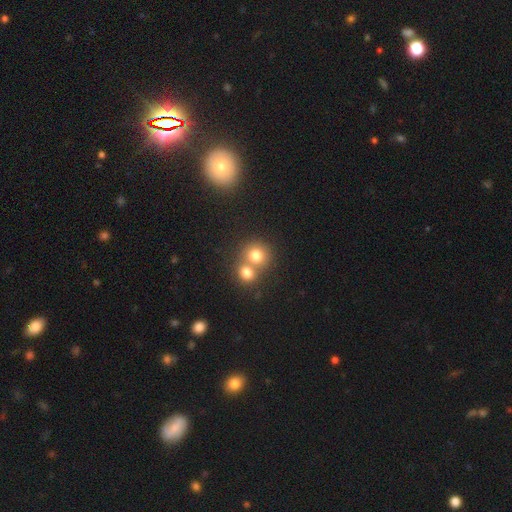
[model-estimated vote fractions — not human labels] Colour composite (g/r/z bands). It shows a smooth galaxy with no disk features (76%) that is round (84%). Merging: merger (53%).